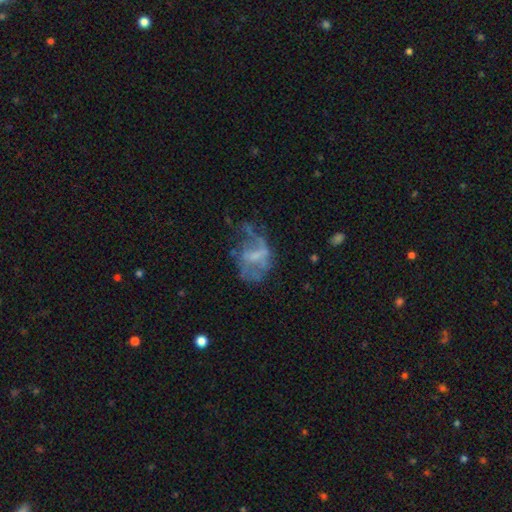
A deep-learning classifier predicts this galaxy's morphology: The model was most divided on "bar": no: 44%, weak: 42%, strong: 14%. Remaining: edge-on disk — no (97%); smooth or featured — featured or disk (64%); spiral arms — no (54%); merging — major disturbance (39%); bulge size — none (38%).